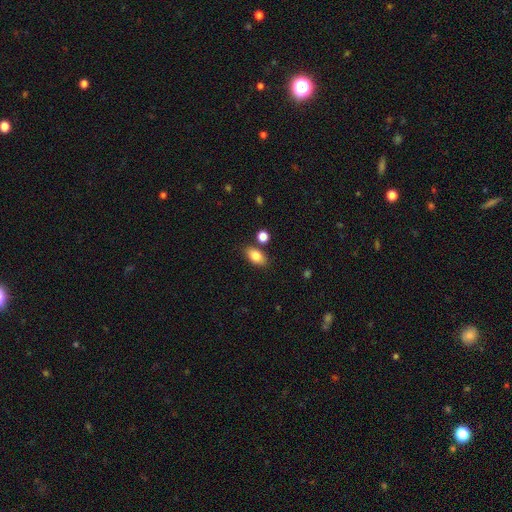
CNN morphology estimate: Smooth or featured?
  - smooth: 83% *
  - featured or disk: 9%
  - star or artifact: 8%
How rounded?
  - in between: 89% *
  - round: 8%
  - cigar-shaped: 3%
Merging?
  - none: 79% *
  - minor disturbance: 11%
  - merger: 7%
  - major disturbance: 3%